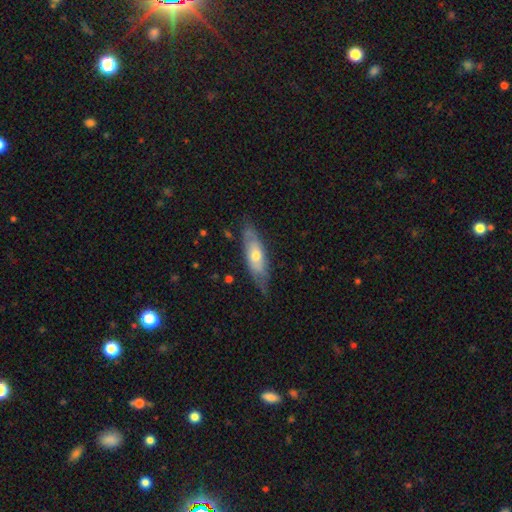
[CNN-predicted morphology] featured or disk 49%, smooth 45%, star or artifact 6%. Down the decision tree: merging — none (68%).